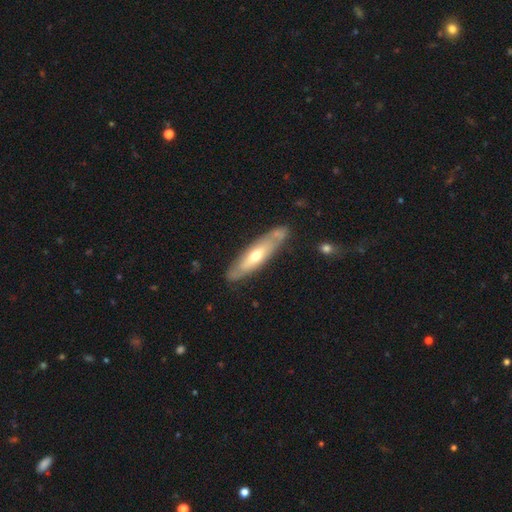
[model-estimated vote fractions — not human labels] Smooth or featured?
  - featured or disk: 55% *
  - smooth: 40%
  - star or artifact: 5%
Edge-on disk?
  - yes: 52% *
  - no: 48%
Merging?
  - none: 78% *
  - minor disturbance: 15%
  - merger: 4%
  - major disturbance: 3%